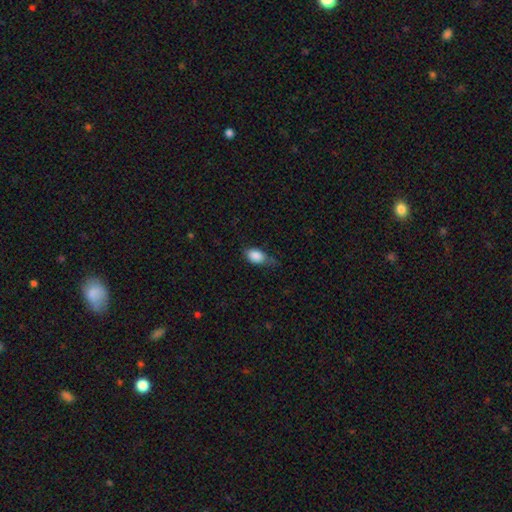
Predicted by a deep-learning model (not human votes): This appears to be a smooth galaxy with no disk features (86%) that is in between round and cigar-shaped (84%). Merging: none (44%).